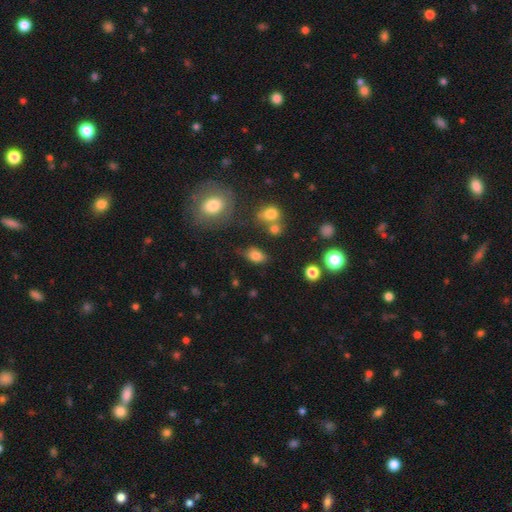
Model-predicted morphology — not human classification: Smooth or featured?
  - smooth: 79% *
  - star or artifact: 12%
  - featured or disk: 9%
How rounded?
  - in between: 84% *
  - round: 14%
  - cigar-shaped: 2%
Merging?
  - none: 73% *
  - minor disturbance: 16%
  - merger: 6%
  - major disturbance: 5%